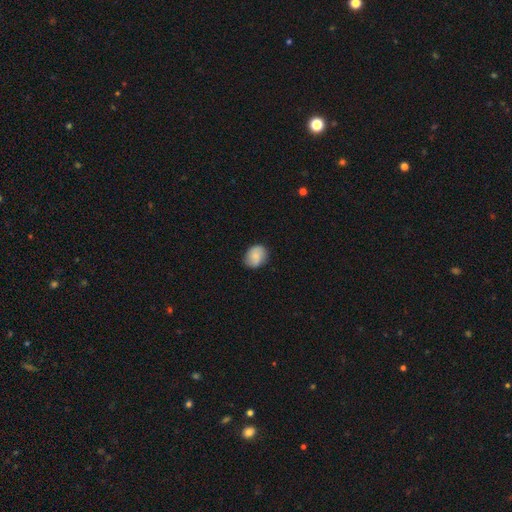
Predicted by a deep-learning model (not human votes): A smooth galaxy with no disk features (76%) that is round (54%).

Vote fractions:
- Smooth or featured? smooth: 76% / featured or disk: 17% / star or artifact: 8%
- How rounded? round: 54% / in between: 45% / cigar-shaped: 1%
- Merging? none: 82% / minor disturbance: 14% / major disturbance: 3% / merger: 1%